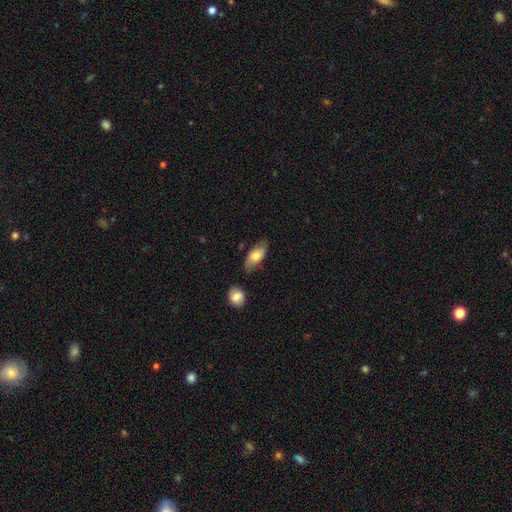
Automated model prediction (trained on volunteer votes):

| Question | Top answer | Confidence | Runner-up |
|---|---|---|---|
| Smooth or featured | smooth | 71% | featured or disk (22%) |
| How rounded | in between | 88% | cigar-shaped (9%) |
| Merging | none | 72% | minor disturbance (19%) |